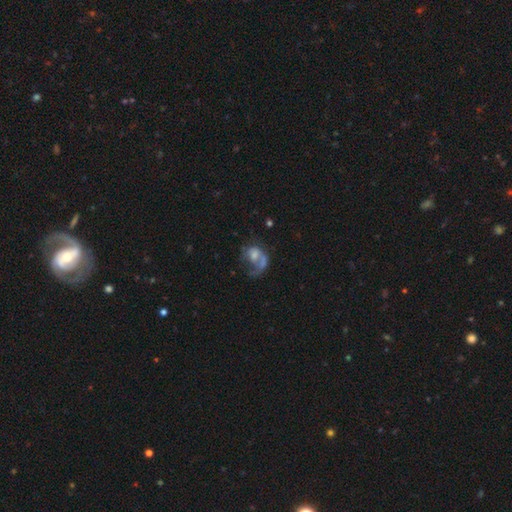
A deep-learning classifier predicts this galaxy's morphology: Smooth or featured? featured or disk (53%)
Edge-on disk? no (98%)
Bar? no (78%)
Spiral arms? no (53%)
Bulge size? moderate (36%)
Merging? major disturbance (46%)